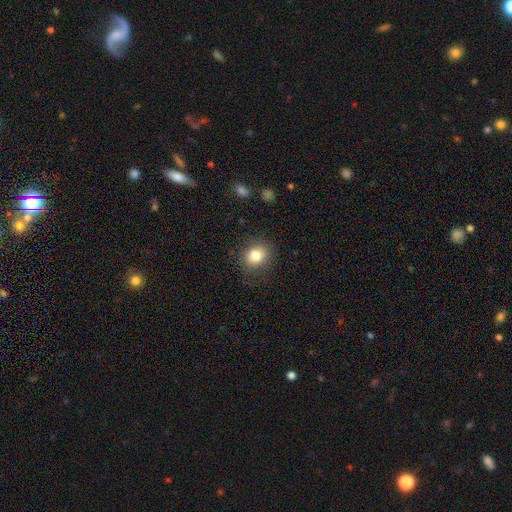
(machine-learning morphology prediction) Smooth or featured: smooth — 82% (star or artifact — 10%)
How rounded: round — 59% (in between — 40%)
Merging: none — 84% (minor disturbance — 11%)